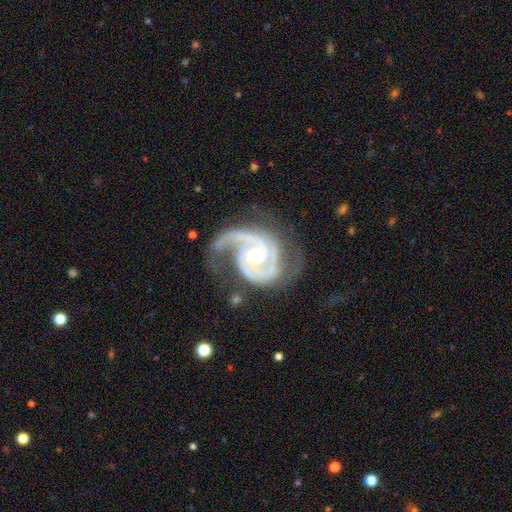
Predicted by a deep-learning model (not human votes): The model was most divided on "spiral winding": tight: 49%, medium: 43%, loose: 8%. More confident: spiral arms — yes (98%); edge-on disk — no (98%); smooth or featured — featured or disk (93%); bar — no (64%); merging — none (57%); spiral arm count — 2 (57%); bulge size — small (55%).